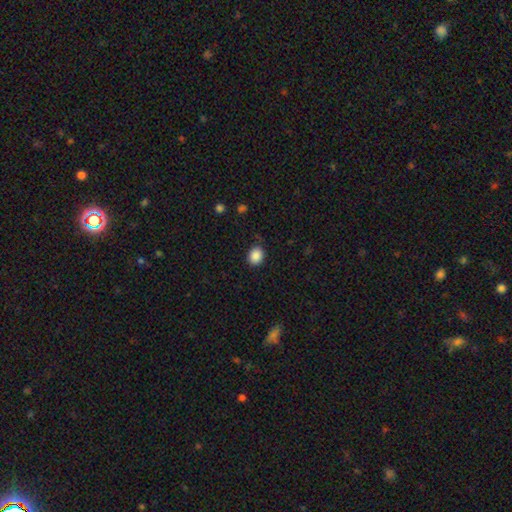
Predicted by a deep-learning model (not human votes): This appears to be a smooth galaxy with no disk features (87%) that is round (60%). Merging: none (83%).